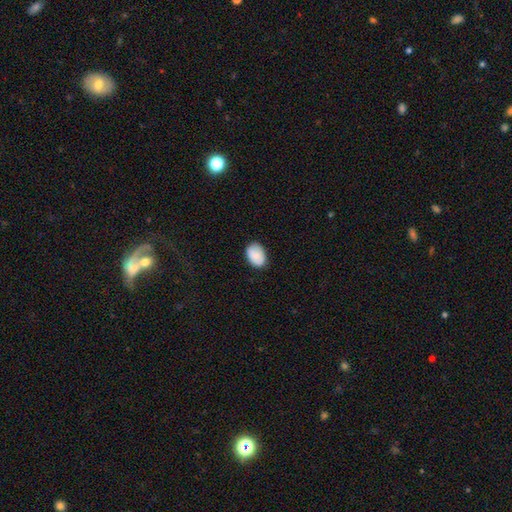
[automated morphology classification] This appears to be a smooth galaxy with no disk features (83%) that is in between round and cigar-shaped (84%). Merging: none (81%).